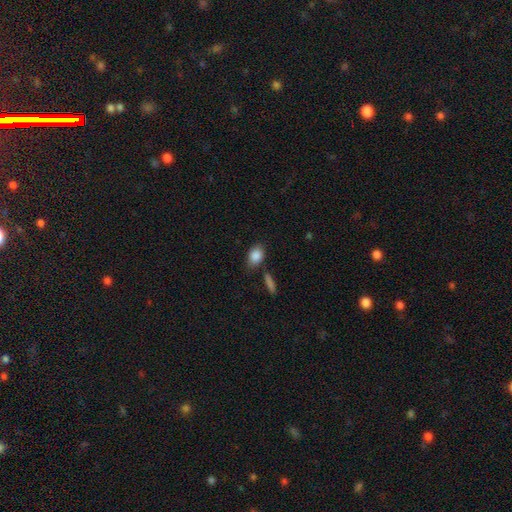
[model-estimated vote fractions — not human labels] A smooth galaxy with no disk features (87%) that is in between round and cigar-shaped (78%). Merging: none (71%).